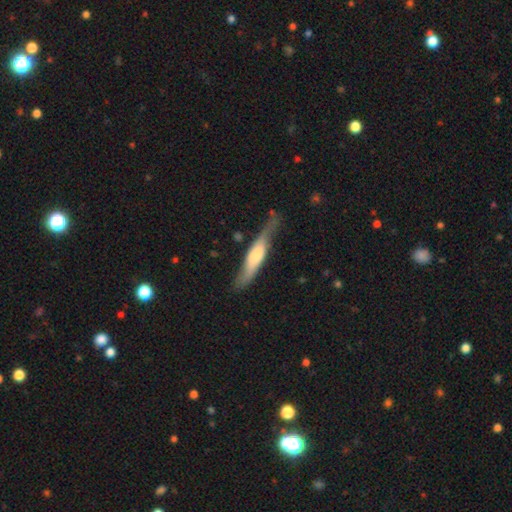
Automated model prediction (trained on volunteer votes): Morphology: type=featured or disk (52%); edge-on=yes (77%); merging=none (64%).